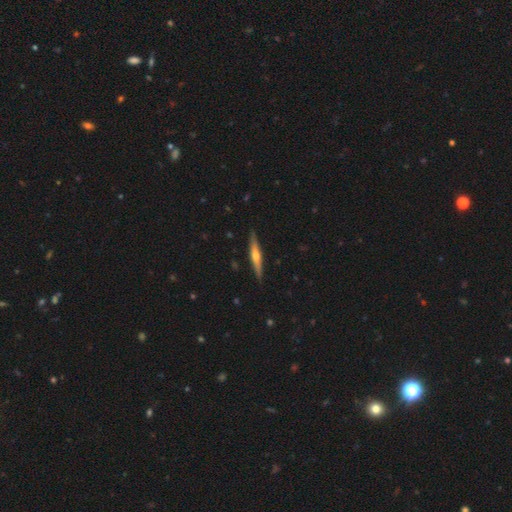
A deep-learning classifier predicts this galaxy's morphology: type=featured or disk (66%); edge-on=yes (97%); edge-on bulge=rounded (86%); merging=none (89%).